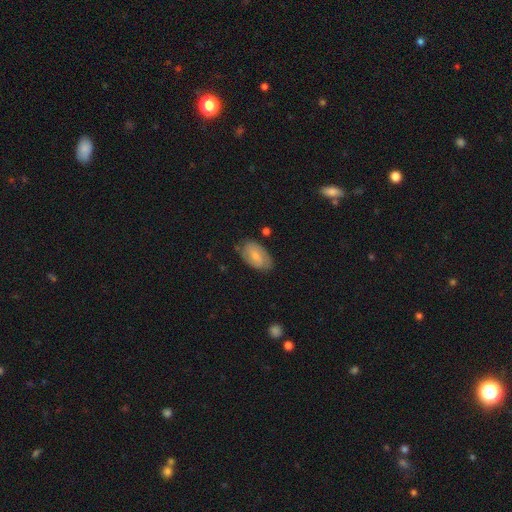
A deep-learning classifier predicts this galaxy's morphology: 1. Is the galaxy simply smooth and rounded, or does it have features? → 54% smooth, 40% featured or disk, 7% star or artifact.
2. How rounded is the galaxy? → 92% in between, 6% round, 2% cigar-shaped.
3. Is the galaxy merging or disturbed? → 73% none, 20% minor disturbance, 5% major disturbance, 2% merger.